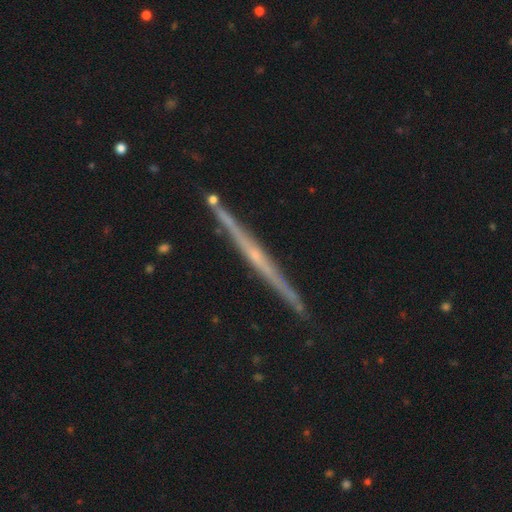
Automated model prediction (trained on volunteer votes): Morphology: type=featured or disk (80%); edge-on=yes (98%); edge-on bulge=none (54%); merging=none (89%).